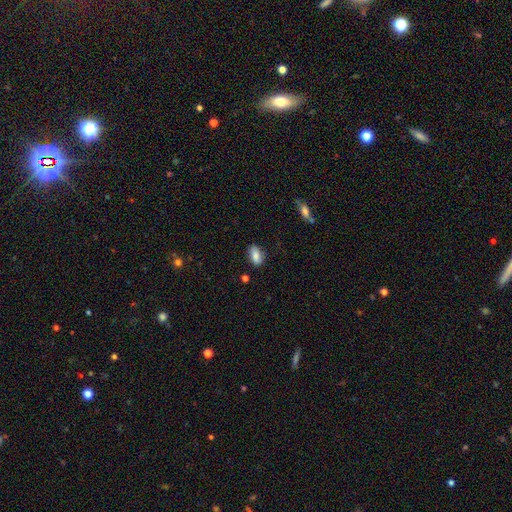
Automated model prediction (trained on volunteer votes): smooth_or_featured: smooth (p=0.81) [alt: featured or disk p=0.11]
how_rounded: in between (p=0.90) [alt: round p=0.06]
merging: none (p=0.77) [alt: minor disturbance p=0.17]